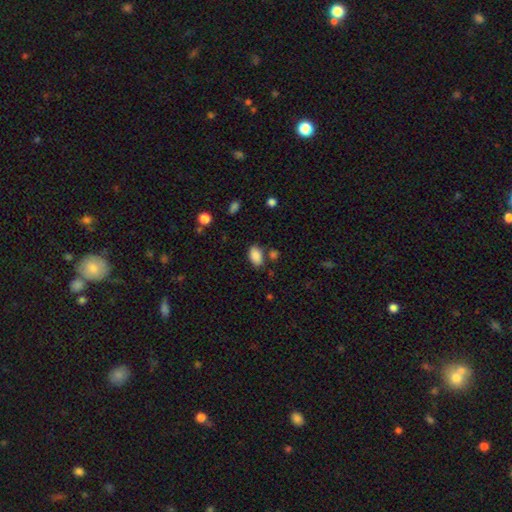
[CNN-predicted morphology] smooth 87%, star or artifact 9%, featured or disk 4%. Down the decision tree: how rounded — in between (91%); merging — none (73%).